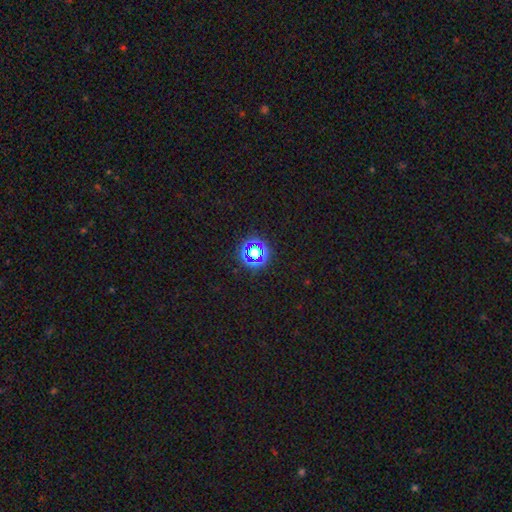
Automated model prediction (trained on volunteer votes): Smooth or featured? star or artifact (65%)